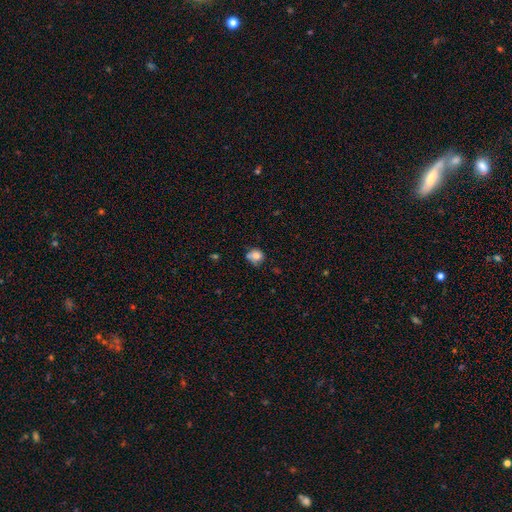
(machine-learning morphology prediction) Smooth or featured: smooth — 76% (featured or disk — 13%)
How rounded: round — 76% (in between — 23%)
Merging: none — 58% (minor disturbance — 28%)